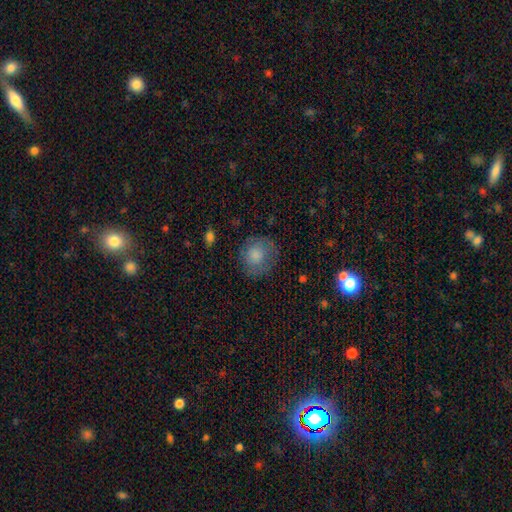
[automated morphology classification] smooth_or_featured: smooth (p=0.69) [alt: featured or disk p=0.20]
how_rounded: round (p=0.84) [alt: in between p=0.15]
merging: none (p=0.76) [alt: minor disturbance p=0.16]